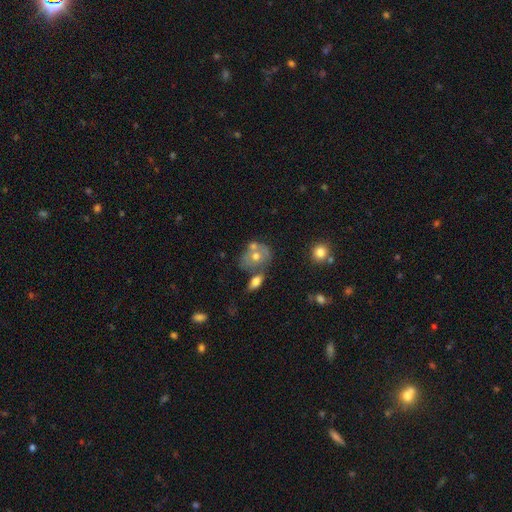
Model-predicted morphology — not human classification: Overall: smooth (47%; featured or disk 41%). Merging: none (38%, tied with merger).